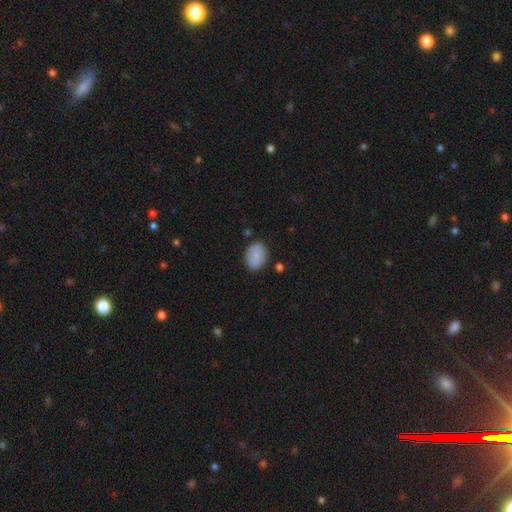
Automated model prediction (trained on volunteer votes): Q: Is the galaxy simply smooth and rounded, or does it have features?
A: smooth — 85%.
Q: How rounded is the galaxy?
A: in between — 72%.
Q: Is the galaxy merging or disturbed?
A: none — 83%.